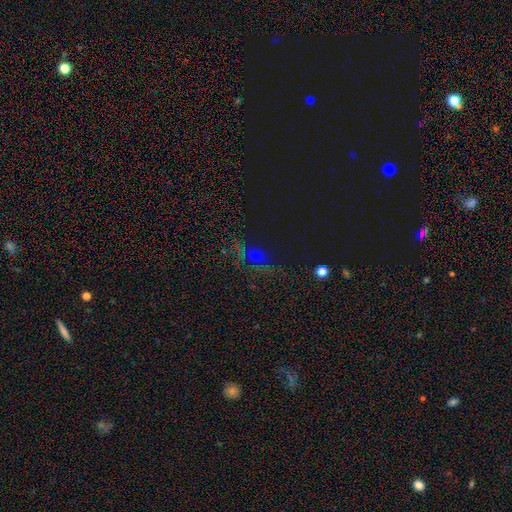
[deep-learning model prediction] The model was most divided on "smooth or featured": star or artifact: 54%, smooth: 33%, featured or disk: 12%.